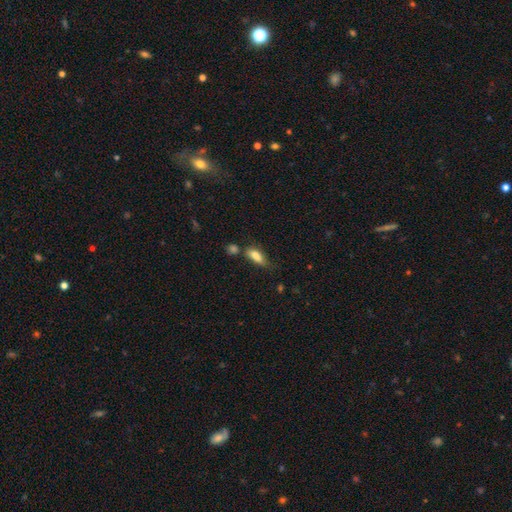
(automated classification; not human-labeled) Smooth or featured: smooth — 81% (featured or disk — 11%)
How rounded: in between — 78% (cigar-shaped — 18%)
Merging: none — 49% (minor disturbance — 25%)